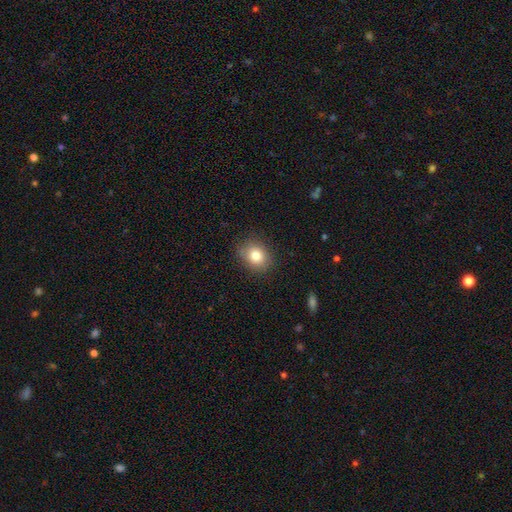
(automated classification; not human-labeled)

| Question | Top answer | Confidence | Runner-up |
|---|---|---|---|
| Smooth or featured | smooth | 81% | star or artifact (10%) |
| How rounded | round | 58% | in between (41%) |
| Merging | none | 84% | minor disturbance (12%) |